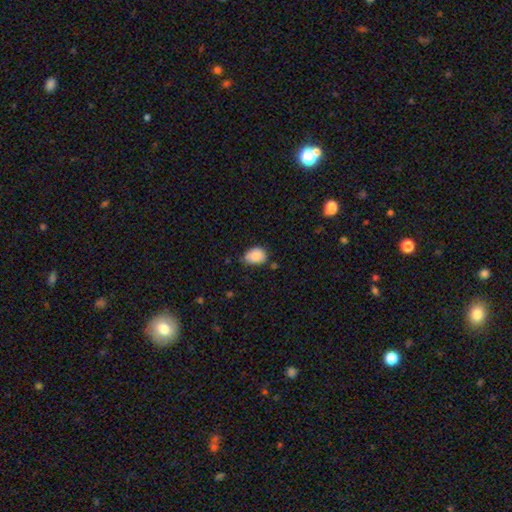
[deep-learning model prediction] This appears to be a smooth galaxy with no disk features (86%) that is in between round and cigar-shaped (67%). Merging: none (53%).